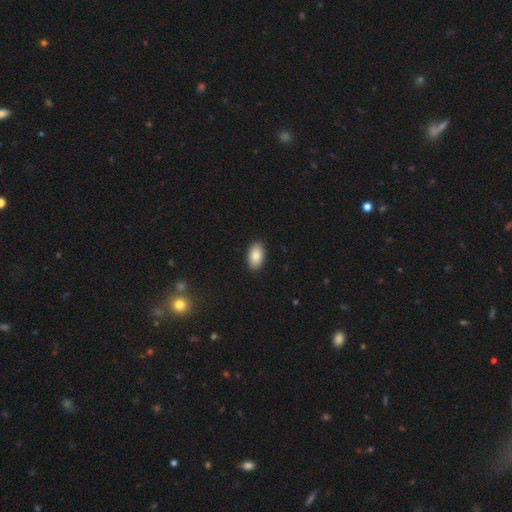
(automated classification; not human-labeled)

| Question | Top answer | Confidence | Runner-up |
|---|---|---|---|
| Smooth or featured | smooth | 88% | star or artifact (7%) |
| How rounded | in between | 94% | round (4%) |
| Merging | none | 90% | minor disturbance (7%) |